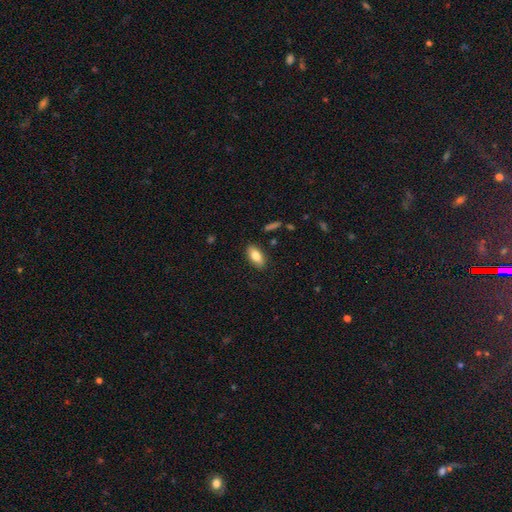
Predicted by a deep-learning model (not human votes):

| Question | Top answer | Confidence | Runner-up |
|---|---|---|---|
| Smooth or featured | smooth | 81% | featured or disk (12%) |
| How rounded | in between | 88% | cigar-shaped (9%) |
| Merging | none | 87% | minor disturbance (9%) |